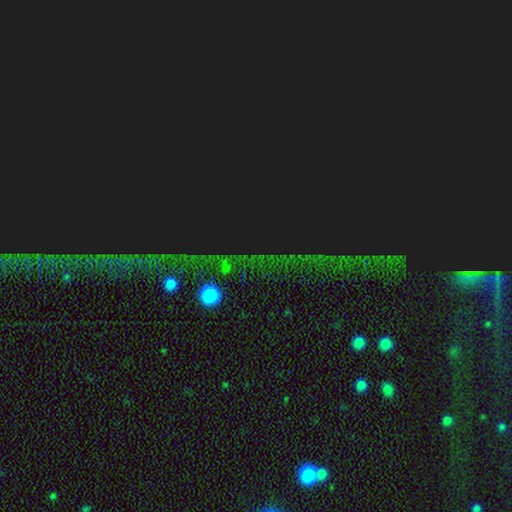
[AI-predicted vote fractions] Smooth or featured? Predicted: star or artifact (p=0.84).